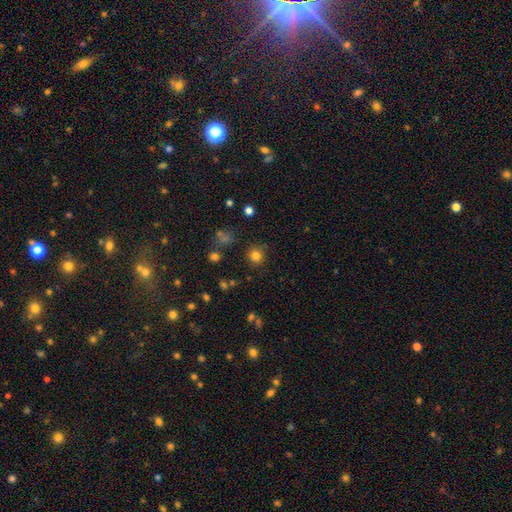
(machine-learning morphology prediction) smooth-or-featured: smooth: 81% | star or artifact: 13% | featured or disk: 5%
  how-rounded: round: 91% | in between: 8% | cigar-shaped: 1%
  merging: none: 87% | minor disturbance: 8% | major disturbance: 3% | merger: 2%